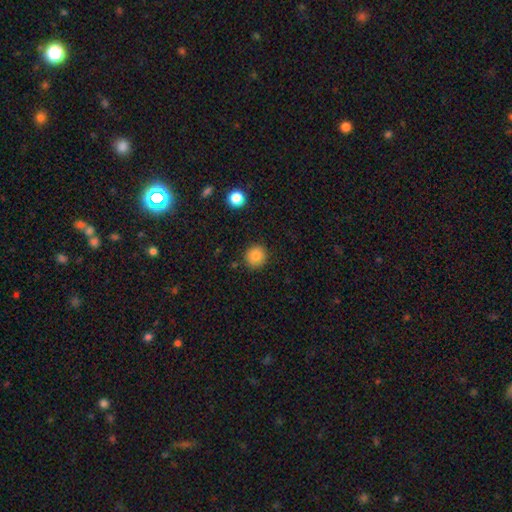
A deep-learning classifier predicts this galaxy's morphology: Smooth or featured? smooth (84%)
How rounded? round (91%)
Merging? none (89%)